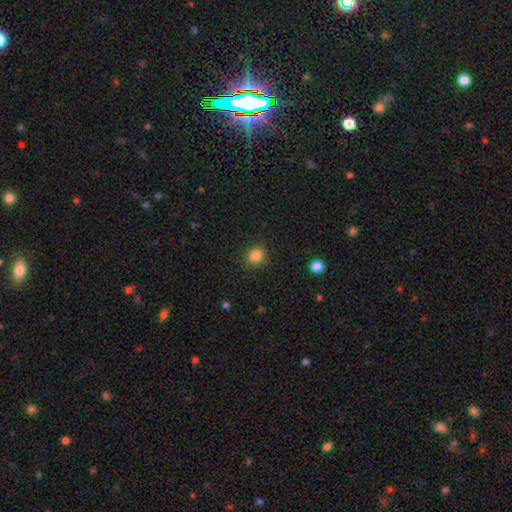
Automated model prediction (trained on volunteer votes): Smooth or featured? smooth (84%)
How rounded? round (82%)
Merging? none (89%)